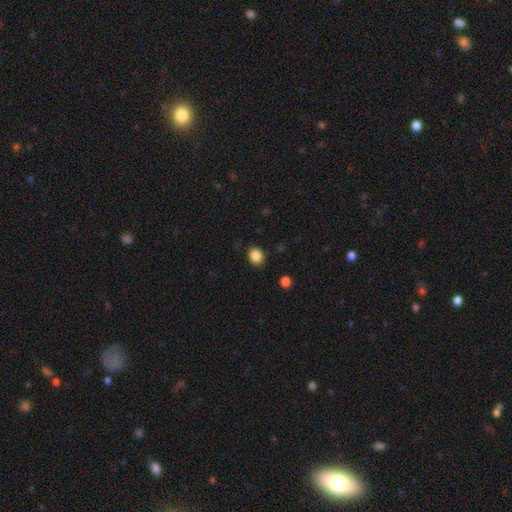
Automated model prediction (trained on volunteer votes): smooth-or-featured: smooth: 86% | star or artifact: 10% | featured or disk: 5%
  how-rounded: round: 57% | in between: 42% | cigar-shaped: 1%
  merging: none: 86% | minor disturbance: 10% | major disturbance: 3% | merger: 1%